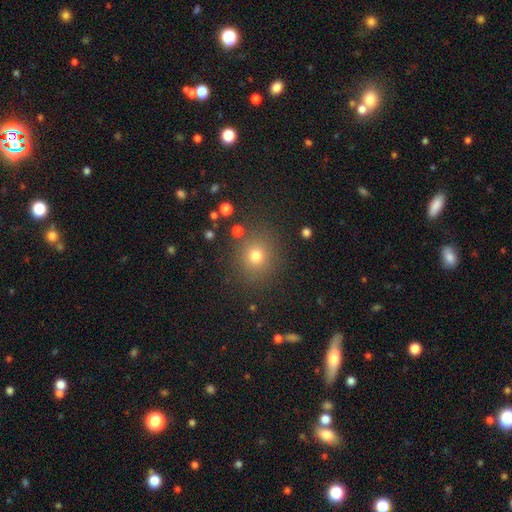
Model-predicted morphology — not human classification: The model was most divided on "smooth or featured": smooth: 74%, star or artifact: 17%, featured or disk: 8%. More confident: how rounded — round (85%); merging — none (85%).